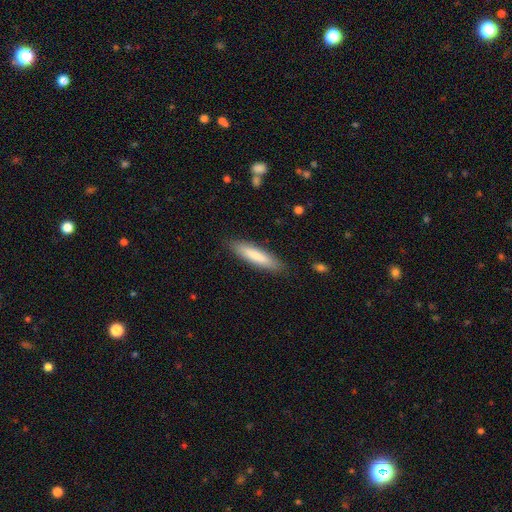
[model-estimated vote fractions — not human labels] A smooth galaxy with no disk features (81%) that is cigar-shaped (80%). Merging: none (88%).